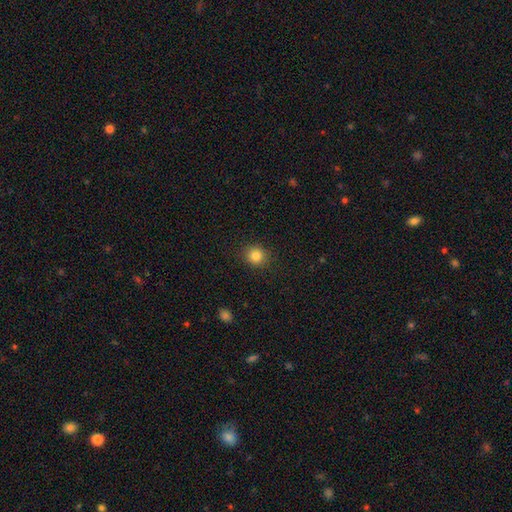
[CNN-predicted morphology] This appears to be a smooth galaxy with no disk features (84%) that is round (87%). Merging: none (91%).